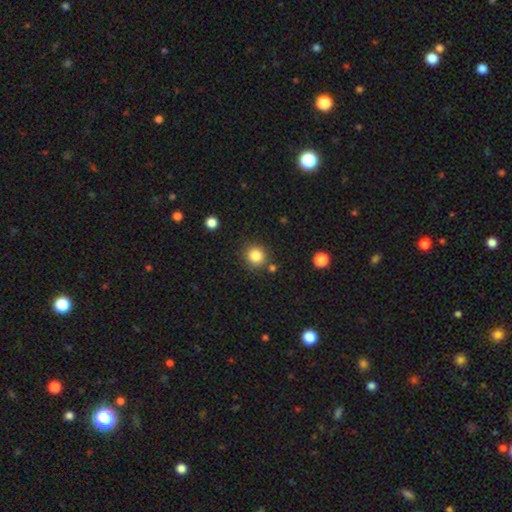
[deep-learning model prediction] A smooth galaxy with no disk features (84%) that is round (91%).

Vote fractions:
- Smooth or featured? smooth: 84% / star or artifact: 11% / featured or disk: 5%
- How rounded? round: 91% / in between: 8% / cigar-shaped: 1%
- Merging? none: 85% / minor disturbance: 8% / merger: 5% / major disturbance: 3%